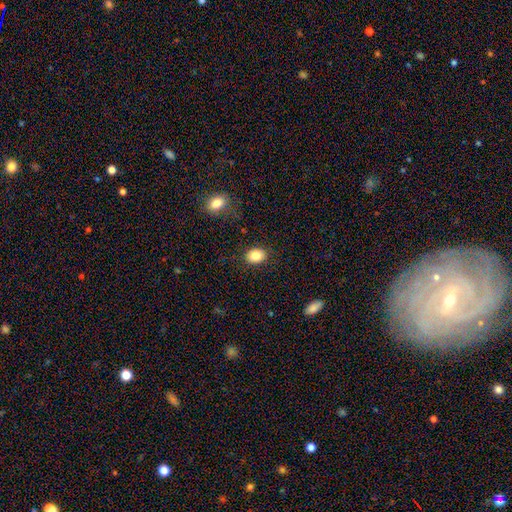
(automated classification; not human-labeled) Smooth or featured?
  - smooth: 84% *
  - star or artifact: 9%
  - featured or disk: 6%
How rounded?
  - in between: 54% *
  - round: 45%
  - cigar-shaped: 1%
Merging?
  - none: 86% *
  - minor disturbance: 9%
  - major disturbance: 3%
  - merger: 2%